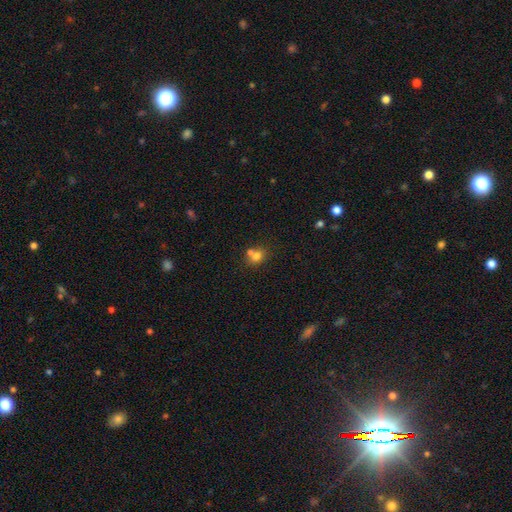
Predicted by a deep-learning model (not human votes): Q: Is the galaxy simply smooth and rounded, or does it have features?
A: smooth — 74%.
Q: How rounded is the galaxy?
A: round — 65%.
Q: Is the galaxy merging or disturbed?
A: none — 45%.